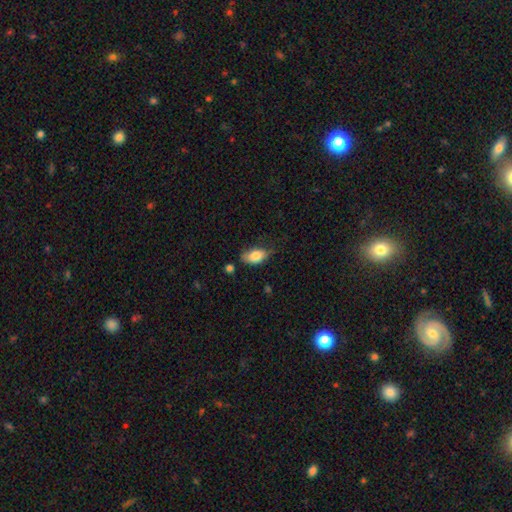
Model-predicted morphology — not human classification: A smooth galaxy with no disk features (81%) that is in between round and cigar-shaped (91%).

Vote fractions:
- Smooth or featured? smooth: 81% / featured or disk: 12% / star or artifact: 7%
- How rounded? in between: 91% / round: 6% / cigar-shaped: 3%
- Merging? none: 57% / minor disturbance: 32% / major disturbance: 7% / merger: 4%